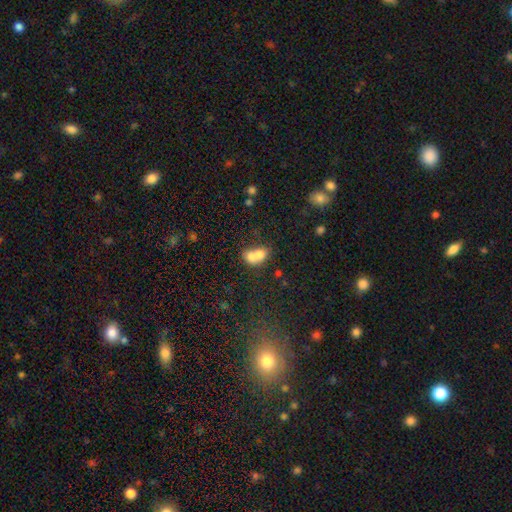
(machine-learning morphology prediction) This appears to be a smooth galaxy with no disk features (70%) that is in between round and cigar-shaped (58%). Merging: merger (72%).